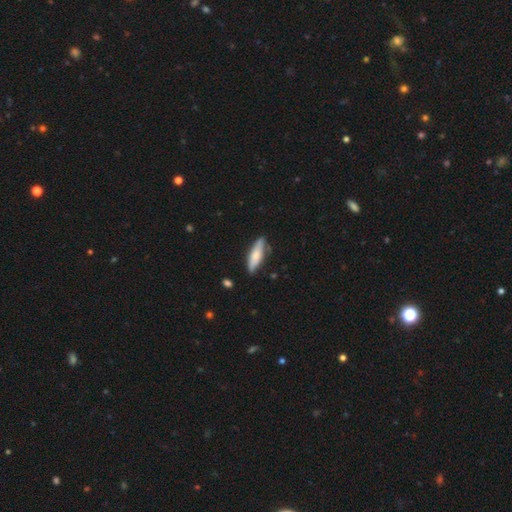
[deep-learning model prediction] smooth 70%, featured or disk 24%, star or artifact 5%. Down the decision tree: how rounded — cigar-shaped (53%); merging — none (77%).